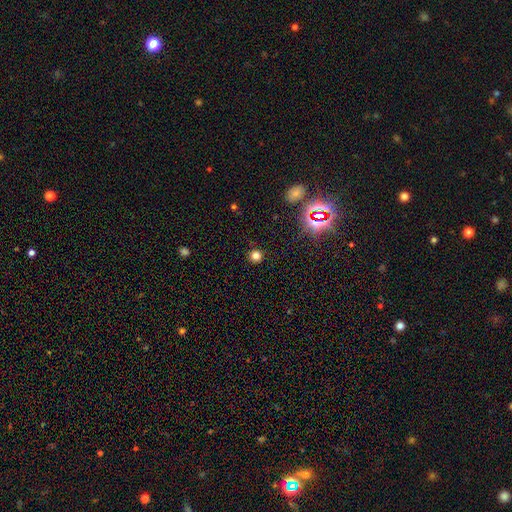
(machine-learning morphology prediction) Overall: smooth (74%). How rounded: round (93%). Merging: none (90%).